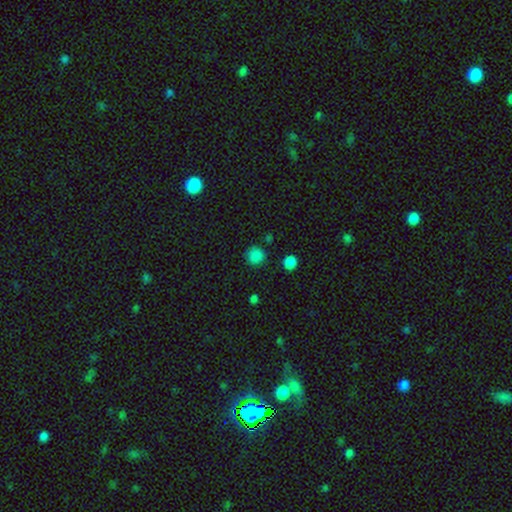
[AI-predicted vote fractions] Smooth or featured? smooth (84%)
How rounded? round (92%)
Merging? none (86%)